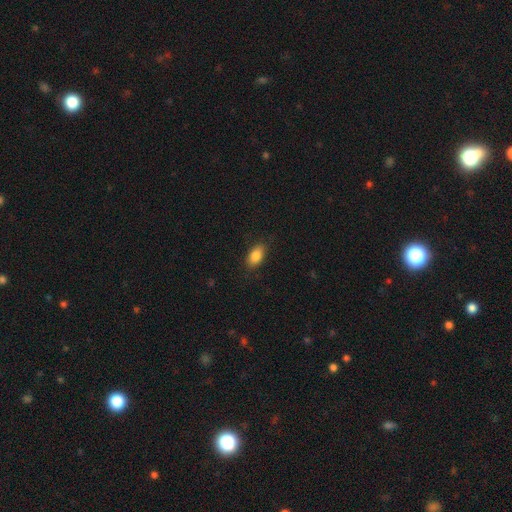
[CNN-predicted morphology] type=smooth (85%); roundness=in between (89%); merging=none (85%).